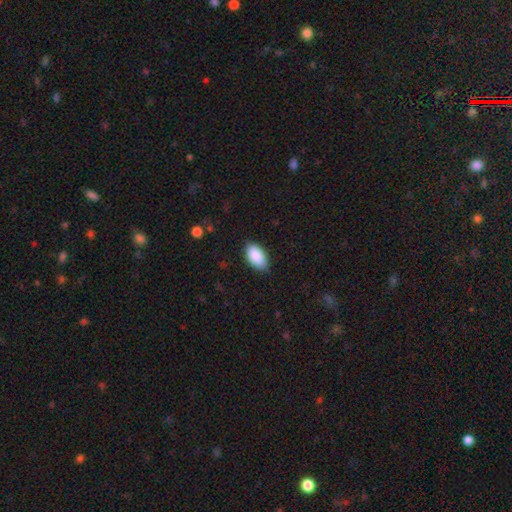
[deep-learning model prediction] A smooth galaxy with no disk features (90%) that is in between round and cigar-shaped (95%).

Vote fractions:
- Smooth or featured? smooth: 90% / star or artifact: 6% / featured or disk: 4%
- How rounded? in between: 95% / round: 4% / cigar-shaped: 2%
- Merging? none: 83% / minor disturbance: 14% / major disturbance: 2% / merger: 1%